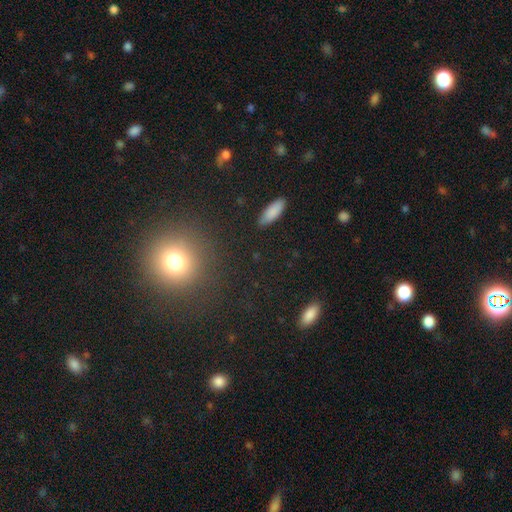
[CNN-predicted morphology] The model was most divided on "smooth or featured": smooth: 53%, star or artifact: 39%, featured or disk: 9%. More confident: merging — none (90%); how rounded — round (86%).